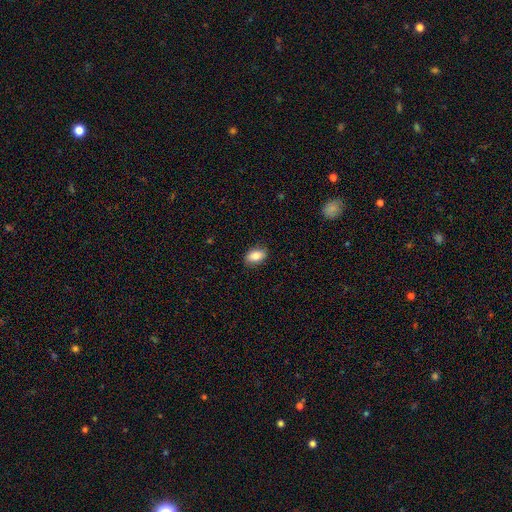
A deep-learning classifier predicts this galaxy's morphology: Smooth or featured? smooth (83%)
How rounded? in between (89%)
Merging? none (84%)